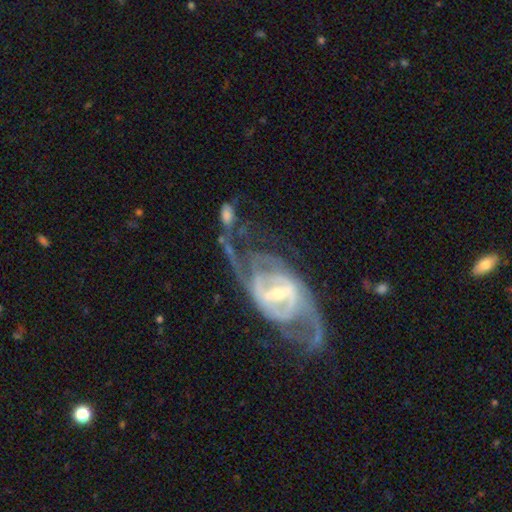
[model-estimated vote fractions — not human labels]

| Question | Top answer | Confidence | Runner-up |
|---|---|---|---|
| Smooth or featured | featured or disk | 90% | star or artifact (6%) |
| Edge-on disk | no | 96% | yes (4%) |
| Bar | weak | 44% | strong (40%) |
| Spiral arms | yes | 97% | no (3%) |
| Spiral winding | medium | 50% | tight (32%) |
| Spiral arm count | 2 | 75% | can't tell (9%) |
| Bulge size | small | 57% | moderate (34%) |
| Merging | none | 61% | minor disturbance (17%) |